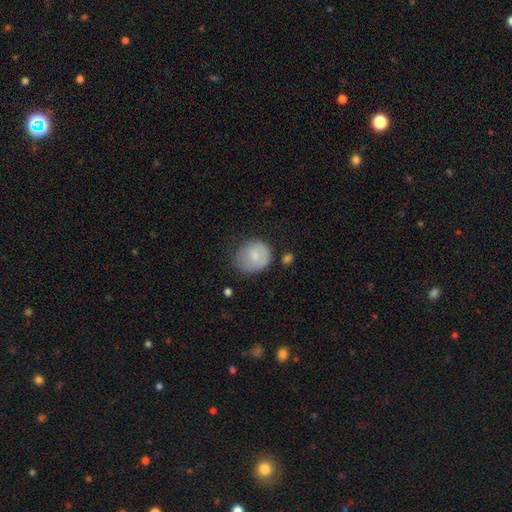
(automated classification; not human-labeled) smooth 77%, featured or disk 16%, star or artifact 7%. Down the decision tree: how rounded — round (74%); merging — none (55%).